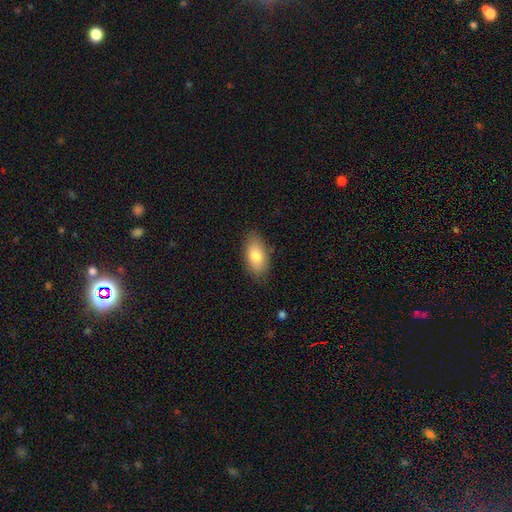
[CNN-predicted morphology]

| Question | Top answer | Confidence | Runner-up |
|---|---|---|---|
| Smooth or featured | smooth | 79% | featured or disk (15%) |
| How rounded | in between | 91% | cigar-shaped (5%) |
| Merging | none | 83% | minor disturbance (13%) |